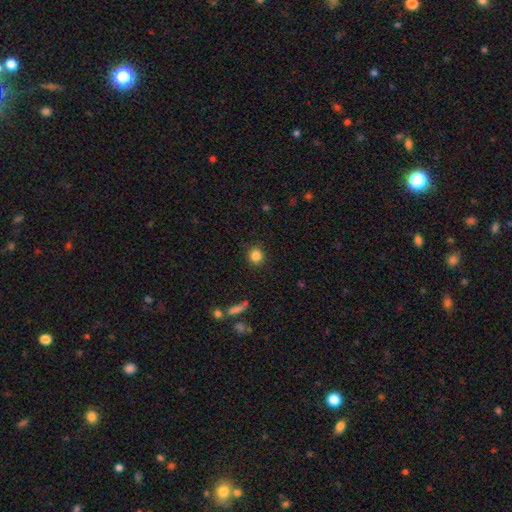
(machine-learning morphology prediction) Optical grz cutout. It shows a smooth galaxy with no disk features (85%) that is round (88%). Merging: none (89%).